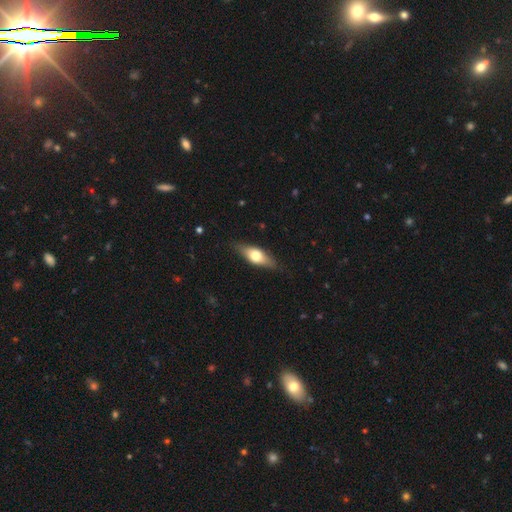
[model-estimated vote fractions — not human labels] Smooth or featured: smooth — 54% (featured or disk — 40%)
How rounded: in between — 65% (cigar-shaped — 30%)
Merging: none — 83% (minor disturbance — 13%)